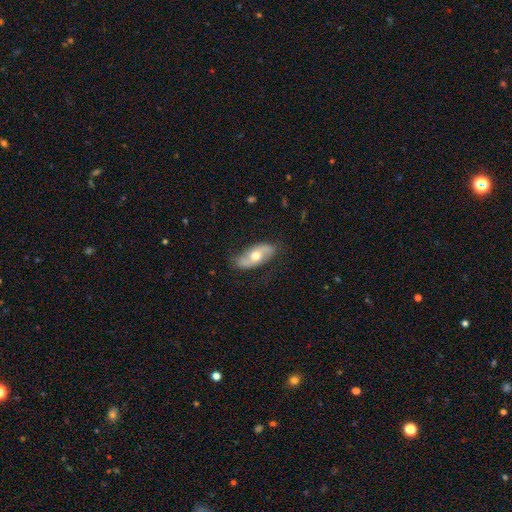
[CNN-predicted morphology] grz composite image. It shows a featured or disk galaxy (53%). Merging: none (79%).